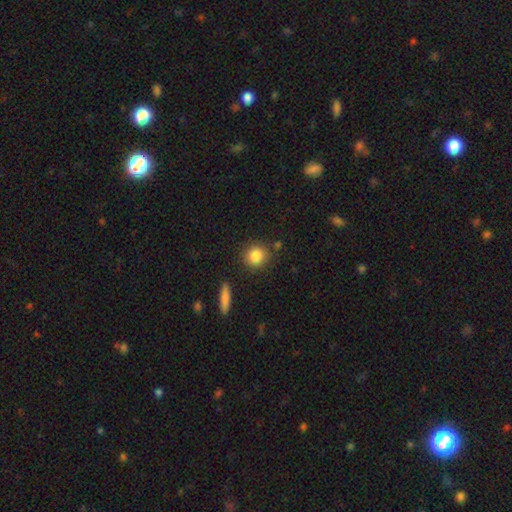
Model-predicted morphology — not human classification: Smooth or featured: smooth — 86% (star or artifact — 8%)
How rounded: round — 86% (in between — 12%)
Merging: none — 83% (minor disturbance — 9%)